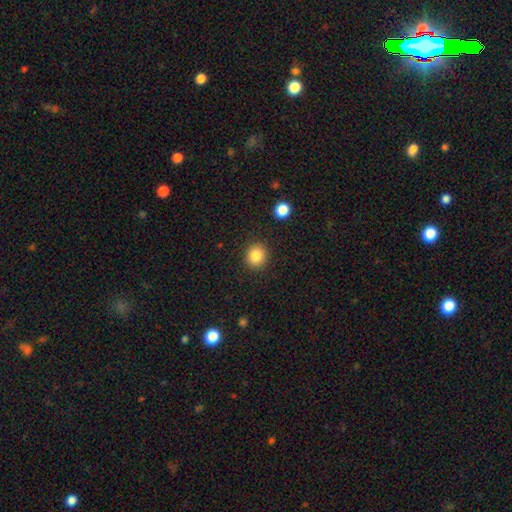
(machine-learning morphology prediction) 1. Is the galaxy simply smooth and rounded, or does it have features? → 85% smooth, 10% star or artifact, 5% featured or disk.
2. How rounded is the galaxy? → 85% round, 14% in between, 1% cigar-shaped.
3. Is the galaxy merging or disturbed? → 90% none, 7% minor disturbance, 2% major disturbance, 1% merger.